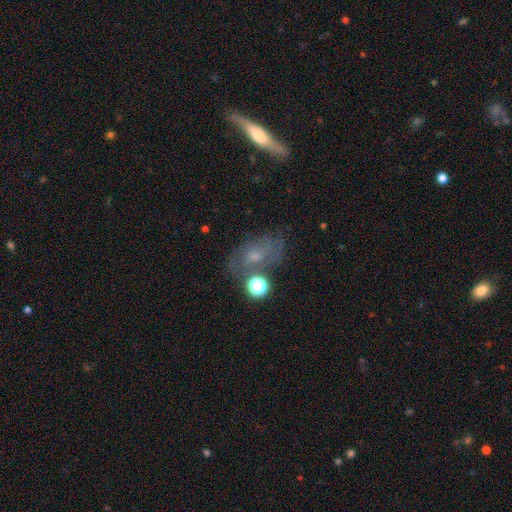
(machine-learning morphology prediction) Smooth or featured? Predicted: featured or disk (p=0.45). Merging? Predicted: none (p=0.52).